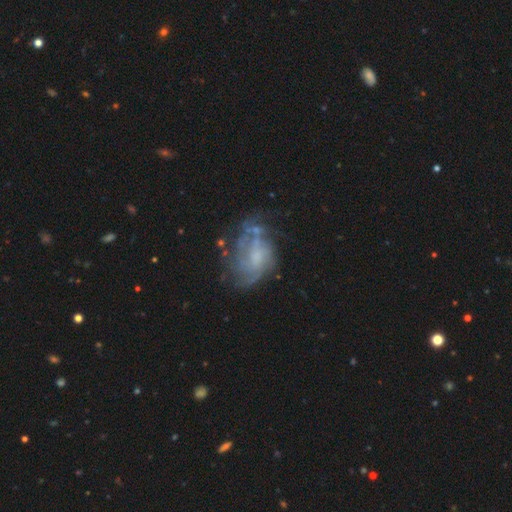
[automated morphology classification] This appears to be a featured or disk galaxy (71%) with no bar (65%), spiral arms (69%) and no central bulge (38%). Merging: none (46%).